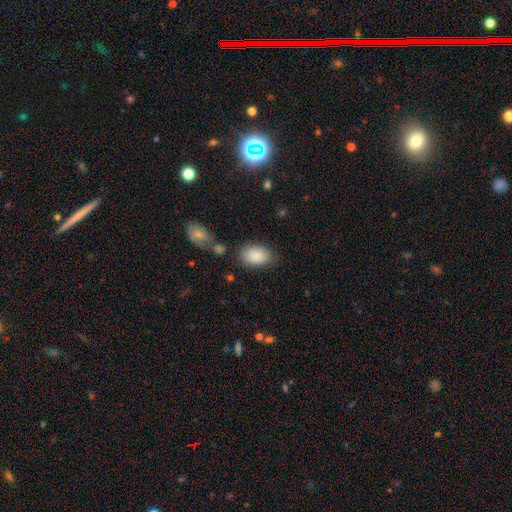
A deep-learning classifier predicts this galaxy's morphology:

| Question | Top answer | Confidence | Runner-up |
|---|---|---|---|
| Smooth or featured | smooth | 88% | star or artifact (6%) |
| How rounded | in between | 91% | round (7%) |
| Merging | none | 73% | minor disturbance (16%) |